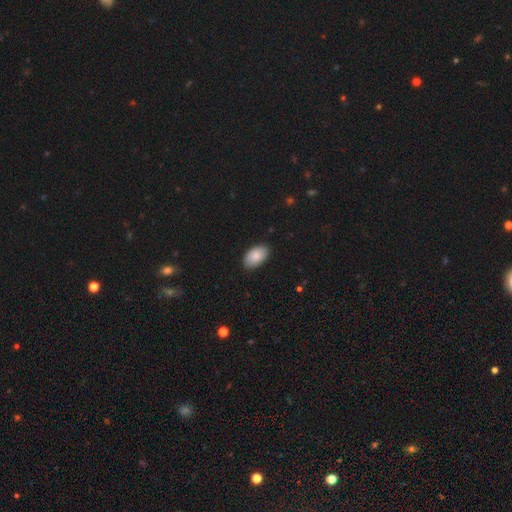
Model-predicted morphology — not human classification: Smooth or featured?
  - smooth: 88% *
  - star or artifact: 6%
  - featured or disk: 5%
How rounded?
  - in between: 95% *
  - round: 4%
  - cigar-shaped: 1%
Merging?
  - none: 87% *
  - minor disturbance: 10%
  - major disturbance: 2%
  - merger: 1%